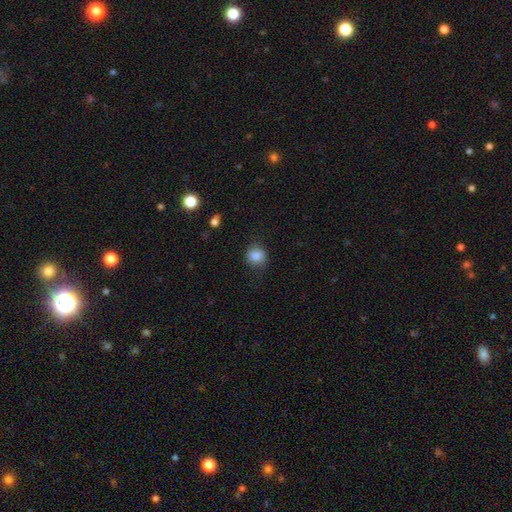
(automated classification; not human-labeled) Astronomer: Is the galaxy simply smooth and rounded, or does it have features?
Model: smooth — 85%.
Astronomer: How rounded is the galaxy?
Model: round — 83%.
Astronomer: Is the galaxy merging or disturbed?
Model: none — 81%.